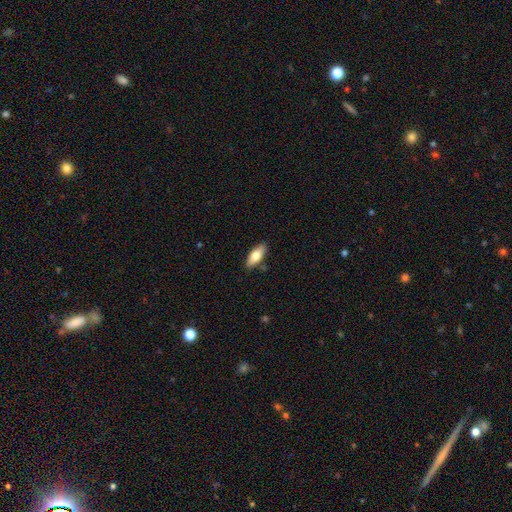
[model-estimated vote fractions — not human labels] Smooth or featured? smooth (72%)
How rounded? in between (76%)
Merging? none (84%)